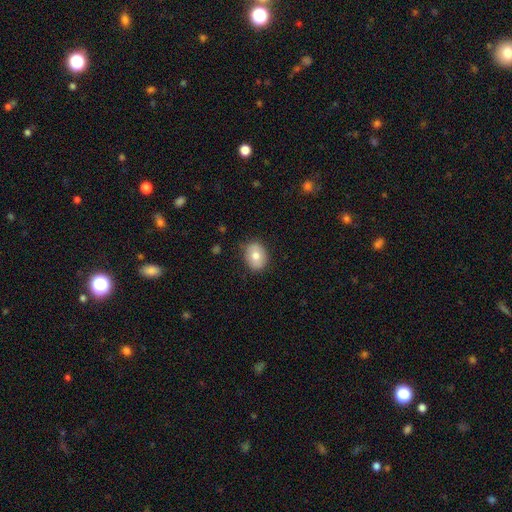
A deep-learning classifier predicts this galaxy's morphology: Smooth or featured? Predicted: smooth (p=0.76). How rounded? Predicted: in between (p=0.58). Merging? Predicted: none (p=0.83).